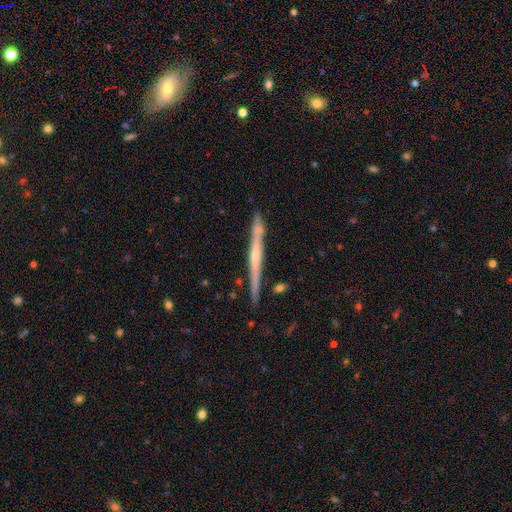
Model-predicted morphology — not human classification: This appears to be a featured or disk galaxy (73%) viewed edge-on (98%) with a rounded central bulge (48%). Merging: none (86%).